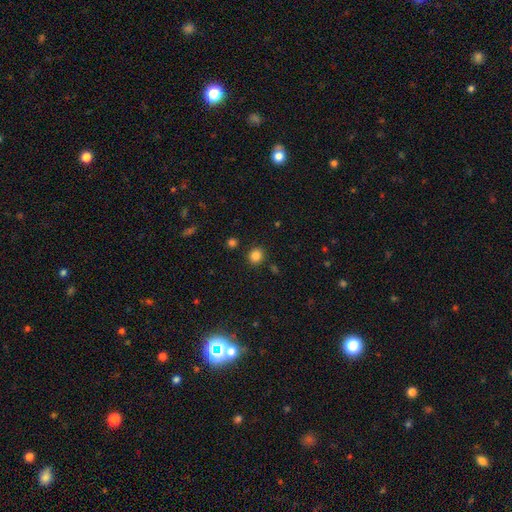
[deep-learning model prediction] smooth_or_featured: smooth (p=0.83) [alt: star or artifact p=0.13]
how_rounded: round (p=0.90) [alt: in between p=0.09]
merging: none (p=0.88) [alt: minor disturbance p=0.07]